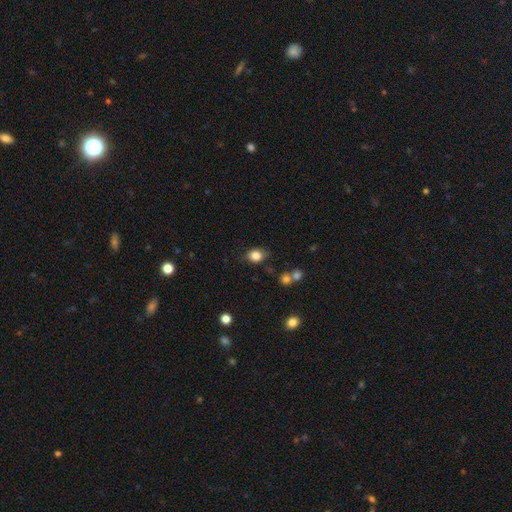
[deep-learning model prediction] Smooth or featured?
  - smooth: 83% *
  - star or artifact: 10%
  - featured or disk: 7%
How rounded?
  - round: 51% *
  - in between: 47%
  - cigar-shaped: 1%
Merging?
  - none: 74% *
  - minor disturbance: 18%
  - major disturbance: 4%
  - merger: 4%